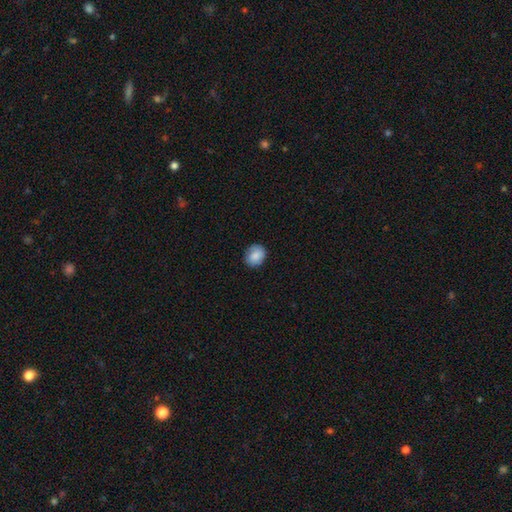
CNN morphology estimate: This is clearly a smooth galaxy (82%). How rounded: likely round (66%). Merging: likely none (79%).